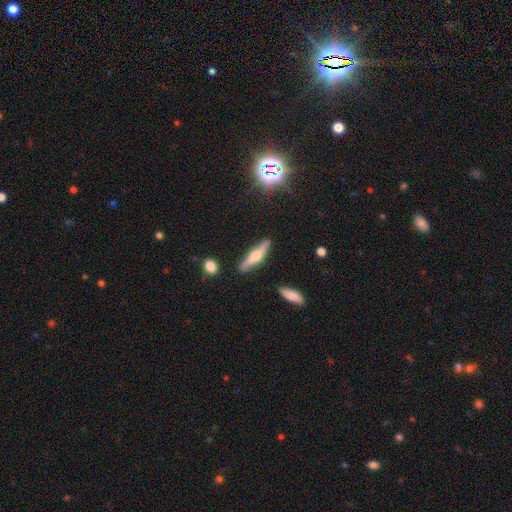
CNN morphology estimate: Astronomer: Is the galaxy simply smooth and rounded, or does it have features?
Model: featured or disk — 52% (runner-up: smooth, 42%).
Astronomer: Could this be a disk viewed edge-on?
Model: yes — 93%.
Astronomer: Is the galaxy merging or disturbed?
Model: none — 83%.